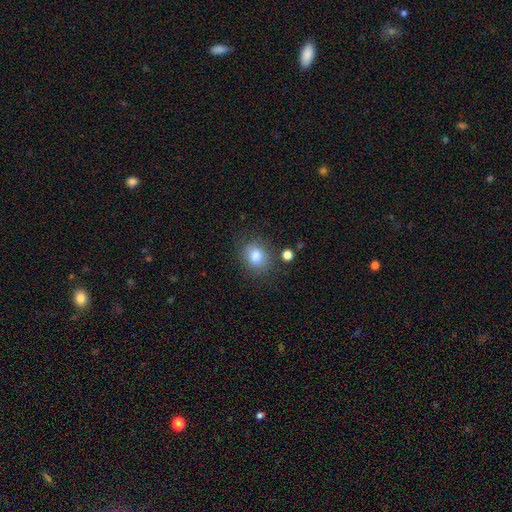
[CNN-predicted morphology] This appears to be a smooth galaxy with no disk features (82%) that is round (63%). Merging: none (77%).